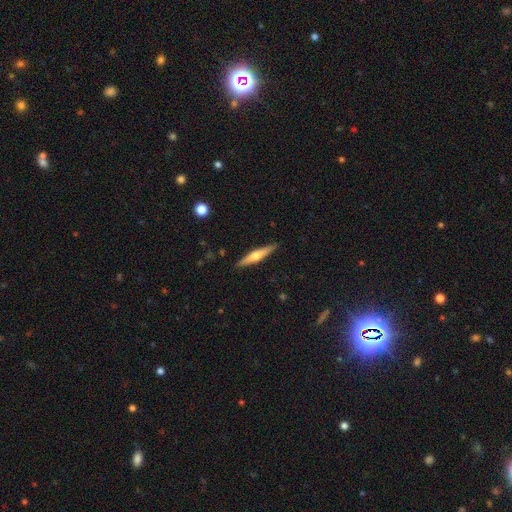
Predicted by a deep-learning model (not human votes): Smooth or featured? Predicted: featured or disk (p=0.61). Edge-on disk? Predicted: yes (p=0.97). Edge-on bulge? Predicted: rounded (p=0.92). Merging? Predicted: none (p=0.91).